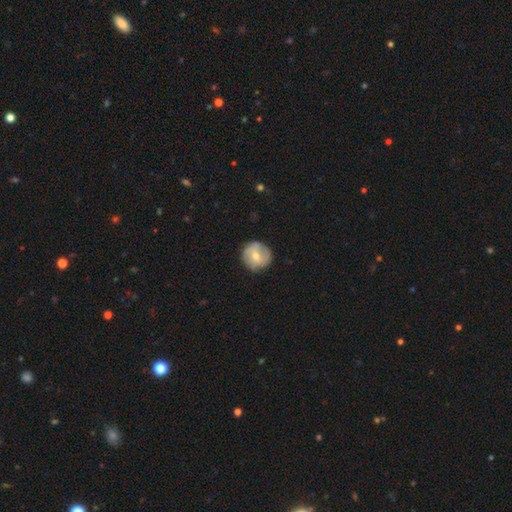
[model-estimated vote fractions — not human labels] Smooth or featured? featured or disk (52%)
Edge-on disk? no (97%)
Bar? no (53%)
Spiral arms? yes (72%)
Bulge size? moderate (56%)
Merging? none (80%)